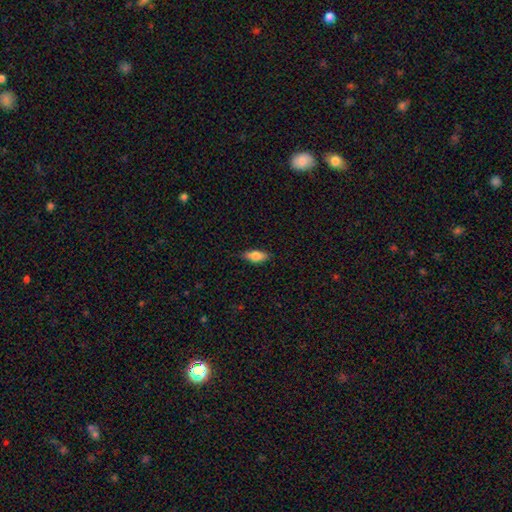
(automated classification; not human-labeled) Q: Smooth or featured?
A: smooth (75%); runner-up: featured or disk (18%)
Q: How rounded?
A: in between (75%); runner-up: cigar-shaped (22%)
Q: Merging?
A: none (83%); runner-up: minor disturbance (13%)